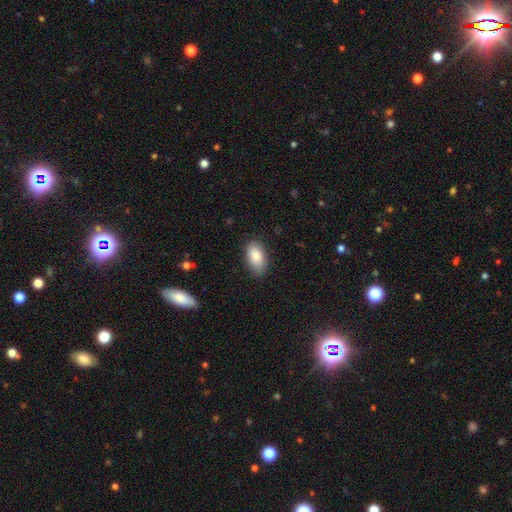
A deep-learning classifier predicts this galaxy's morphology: Smooth or featured?
  - smooth: 85% *
  - featured or disk: 8%
  - star or artifact: 7%
How rounded?
  - in between: 93% *
  - round: 4%
  - cigar-shaped: 2%
Merging?
  - none: 82% *
  - minor disturbance: 14%
  - major disturbance: 3%
  - merger: 1%